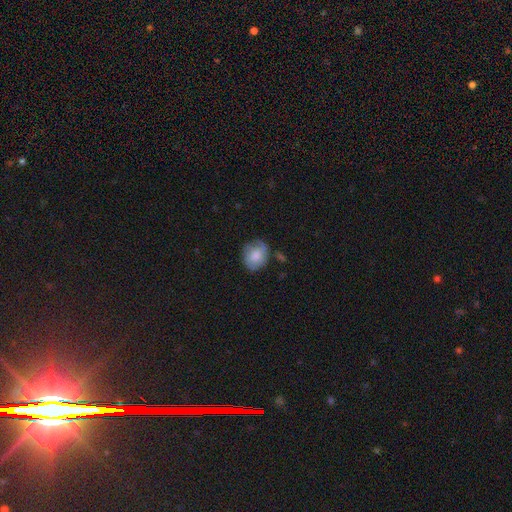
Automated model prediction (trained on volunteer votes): This is likely a smooth galaxy (74%). How rounded: likely round (61%). Merging: likely none (61%).